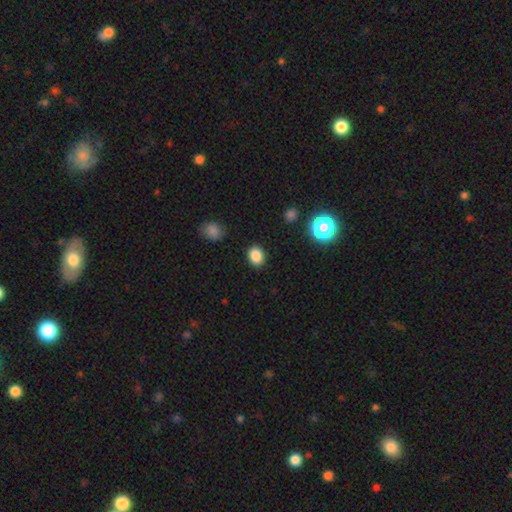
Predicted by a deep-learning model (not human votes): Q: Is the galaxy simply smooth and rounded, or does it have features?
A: smooth — 86%.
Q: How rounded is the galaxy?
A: in between — 57%.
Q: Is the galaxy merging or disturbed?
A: none — 89%.